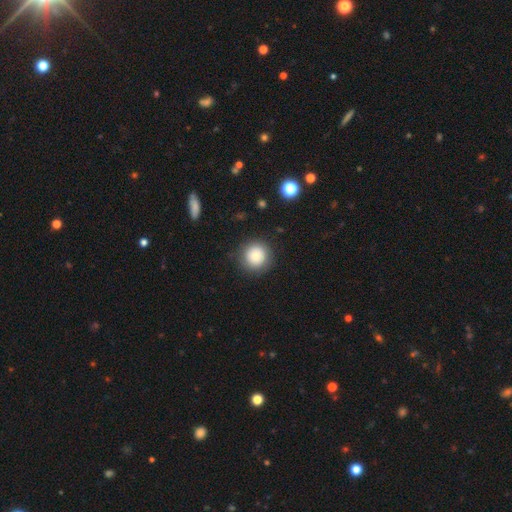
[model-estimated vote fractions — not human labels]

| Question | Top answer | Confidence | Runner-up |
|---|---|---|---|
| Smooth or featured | smooth | 78% | featured or disk (13%) |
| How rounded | round | 94% | in between (5%) |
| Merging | none | 85% | minor disturbance (10%) |